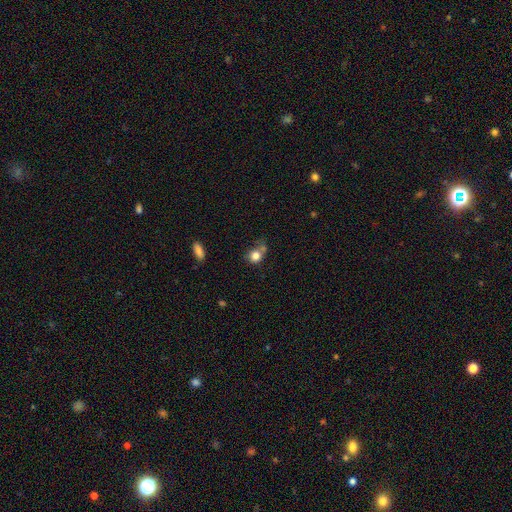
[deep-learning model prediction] Morphology: type=smooth (80%); roundness=round (74%); merging=none (43%).